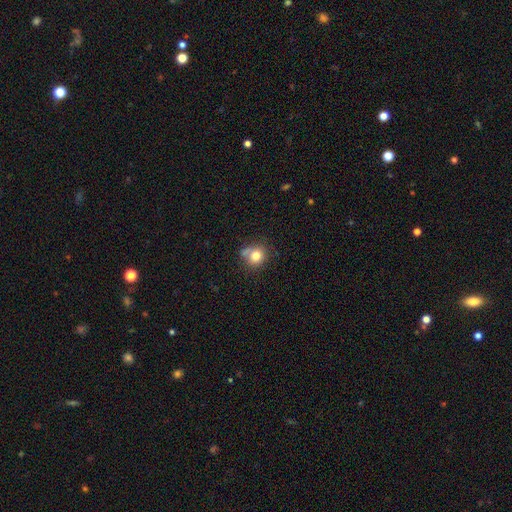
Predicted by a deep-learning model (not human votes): Q: Smooth or featured?
A: smooth (77%); runner-up: featured or disk (11%)
Q: How rounded?
A: round (80%); runner-up: in between (19%)
Q: Merging?
A: none (57%); runner-up: minor disturbance (21%)